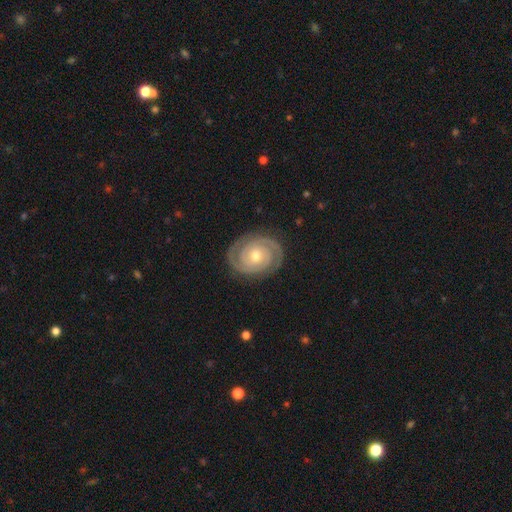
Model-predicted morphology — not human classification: Smooth or featured: featured or disk — 91% (smooth — 4%)
Edge-on disk: no — 98% (yes — 2%)
Bar: no — 76% (weak — 16%)
Spiral arms: yes — 98% (no — 2%)
Spiral winding: tight — 82% (medium — 16%)
Spiral arm count: 2 — 91% (3 — 3%)
Bulge size: moderate — 57% (small — 39%)
Merging: none — 87% (minor disturbance — 9%)